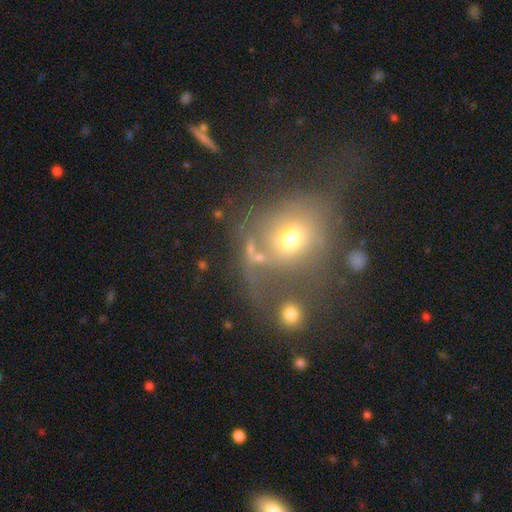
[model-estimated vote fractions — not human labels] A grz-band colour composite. It shows a smooth galaxy with no disk features (53%) that is round (65%). Merging: none (38%).